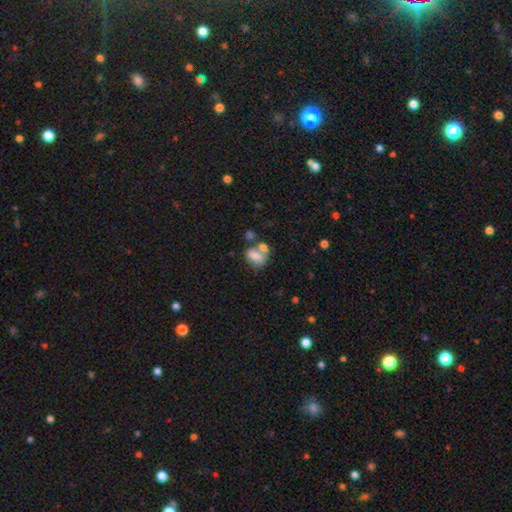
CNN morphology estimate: Smooth or featured: smooth — 70% (featured or disk — 20%)
How rounded: in between — 77% (round — 21%)
Merging: merger — 51% (none — 28%)